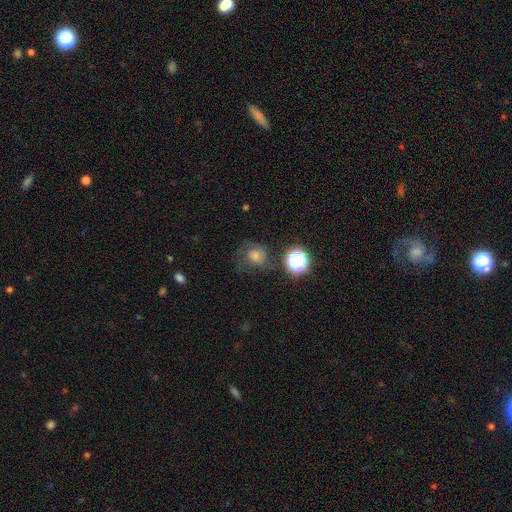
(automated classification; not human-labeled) Q: Smooth or featured?
A: smooth (44%); runner-up: star or artifact (28%)
Q: Merging?
A: none (59%); runner-up: minor disturbance (20%)